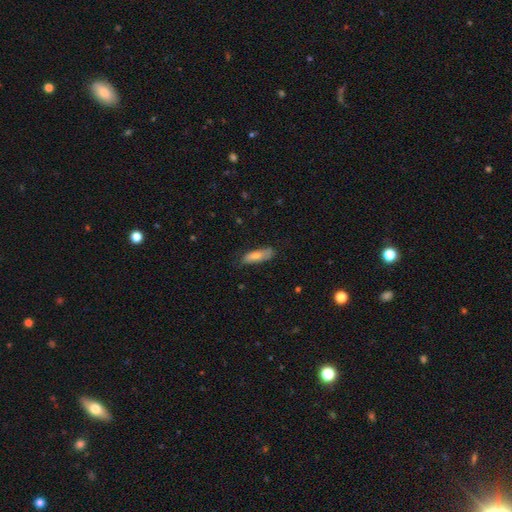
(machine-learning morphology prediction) This appears to be a smooth galaxy with no disk features (69%) that is cigar-shaped (49%, tied with in between). Merging: none (73%).